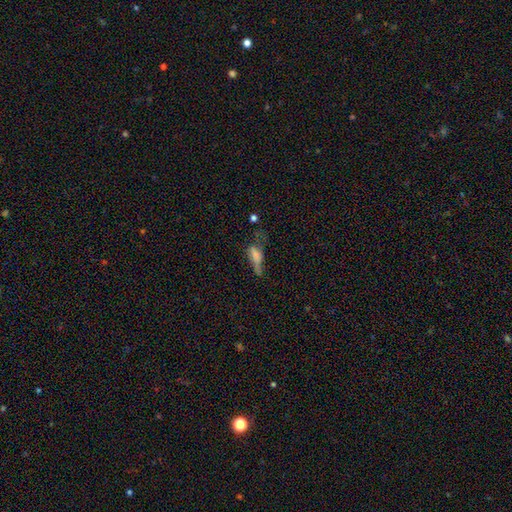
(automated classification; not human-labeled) Q: Smooth or featured?
A: smooth (60%); runner-up: featured or disk (27%)
Q: How rounded?
A: in between (63%); runner-up: cigar-shaped (32%)
Q: Merging?
A: major disturbance (44%); runner-up: minor disturbance (24%)